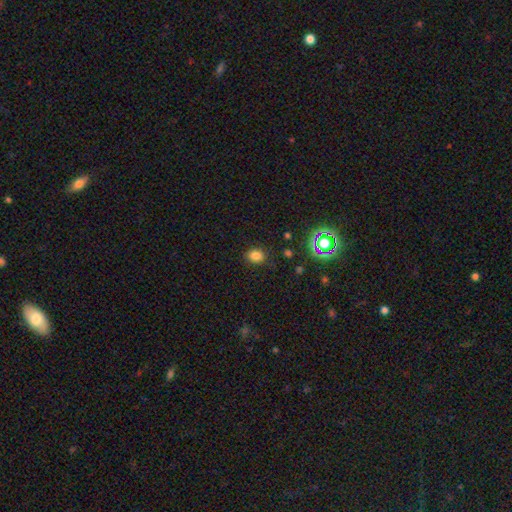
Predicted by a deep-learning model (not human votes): A smooth galaxy with no disk features (79%) that is round (50%). Merging: none (83%).